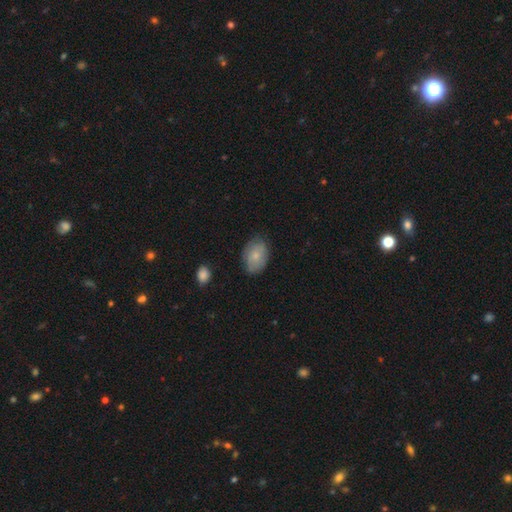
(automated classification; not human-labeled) smooth-or-featured: smooth: 75% | featured or disk: 18% | star or artifact: 7%
  how-rounded: in between: 80% | round: 19% | cigar-shaped: 1%
  merging: none: 76% | minor disturbance: 19% | major disturbance: 4% | merger: 1%